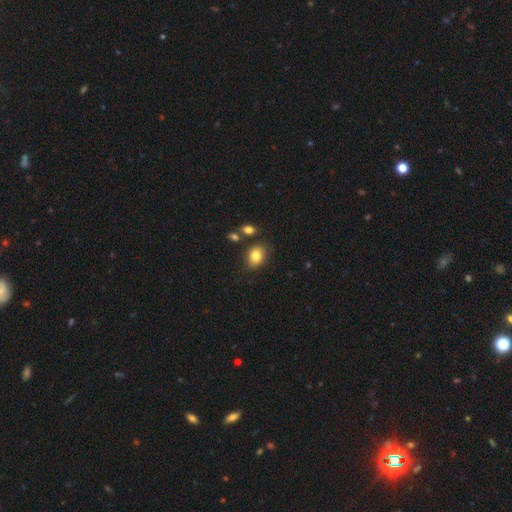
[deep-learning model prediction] This appears to be a smooth galaxy with no disk features (82%) that is in between round and cigar-shaped (69%). Merging: none (76%).